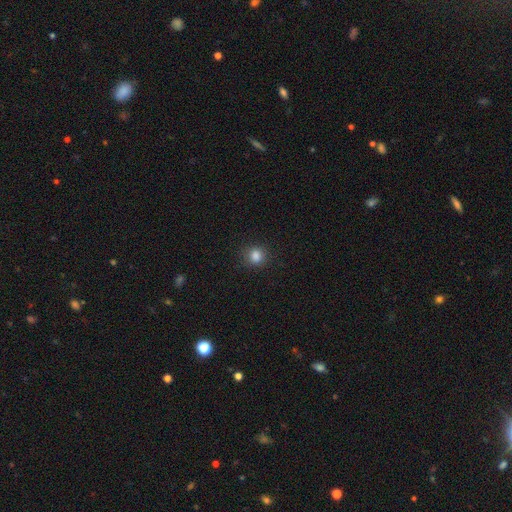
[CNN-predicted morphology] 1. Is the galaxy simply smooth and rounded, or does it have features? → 84% smooth, 12% star or artifact, 4% featured or disk.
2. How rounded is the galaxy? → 78% round, 20% in between, 1% cigar-shaped.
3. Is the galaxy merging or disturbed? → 85% none, 10% minor disturbance, 3% major disturbance, 1% merger.